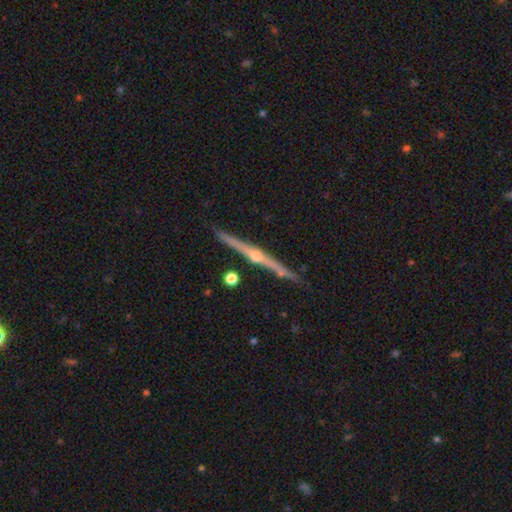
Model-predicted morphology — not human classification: Smooth or featured: featured or disk — 88% (smooth — 7%)
Edge-on disk: yes — 99% (no — 1%)
Edge-on bulge: rounded — 91% (none — 6%)
Merging: none — 90% (minor disturbance — 7%)